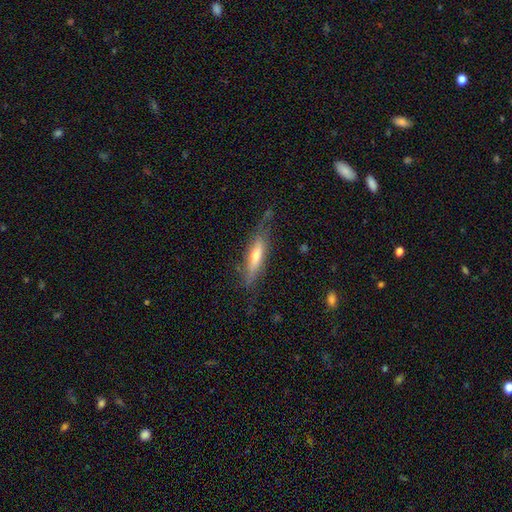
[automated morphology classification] smooth-or-featured: smooth: 48% | featured or disk: 45% | star or artifact: 7%
  merging: none: 68% | minor disturbance: 23% | major disturbance: 8% | merger: 2%